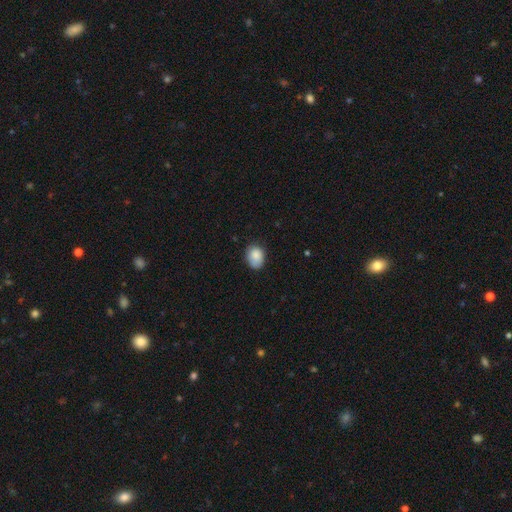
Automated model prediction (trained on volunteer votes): A smooth galaxy with no disk features (86%) that is in between round and cigar-shaped (62%). Merging: none (67%).